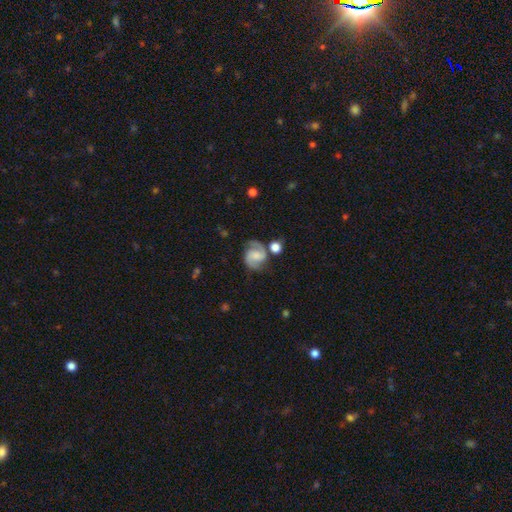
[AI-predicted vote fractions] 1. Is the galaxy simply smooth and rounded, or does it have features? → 82% featured or disk, 12% smooth, 6% star or artifact.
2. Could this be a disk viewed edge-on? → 98% no, 2% yes.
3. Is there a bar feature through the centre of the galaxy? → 44% weak, 41% no, 15% strong.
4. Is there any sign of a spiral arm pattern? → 97% yes, 3% no.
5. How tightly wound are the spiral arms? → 55% medium, 24% tight, 21% loose.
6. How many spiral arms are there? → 92% 2, 3% can't tell, 2% 1, 1% 3, 1% 4, 1% more than 4.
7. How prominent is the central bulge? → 37% small, 28% moderate, 28% none, 6% large, 2% dominant.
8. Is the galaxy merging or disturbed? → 70% none, 15% minor disturbance, 9% merger, 6% major disturbance.